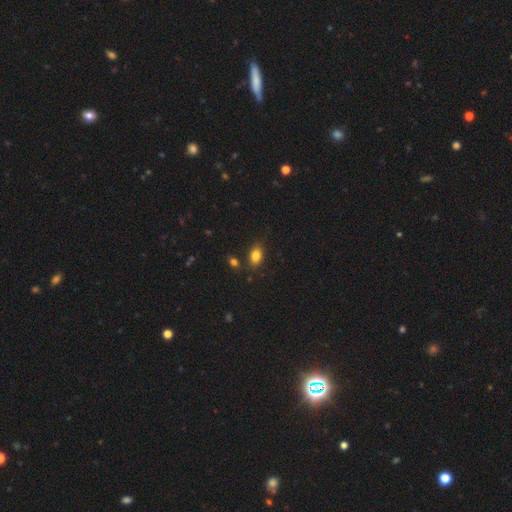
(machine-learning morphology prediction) smooth-or-featured: smooth: 83% | star or artifact: 10% | featured or disk: 7%
  how-rounded: in between: 85% | round: 12% | cigar-shaped: 3%
  merging: none: 81% | minor disturbance: 12% | merger: 4% | major disturbance: 3%